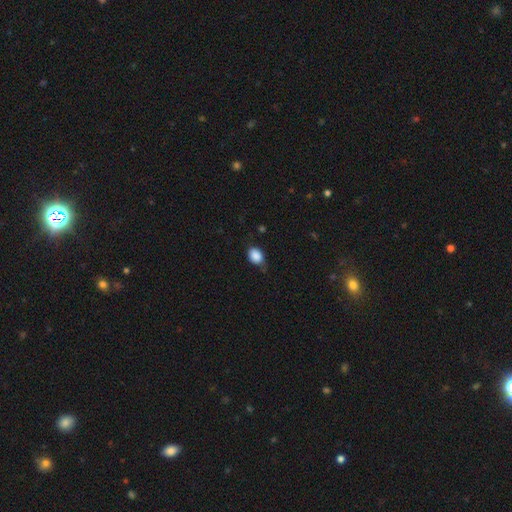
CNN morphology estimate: smooth-or-featured: smooth: 88% | star or artifact: 8% | featured or disk: 4%
  how-rounded: in between: 69% | round: 30% | cigar-shaped: 1%
  merging: none: 66% | minor disturbance: 27% | major disturbance: 5% | merger: 2%